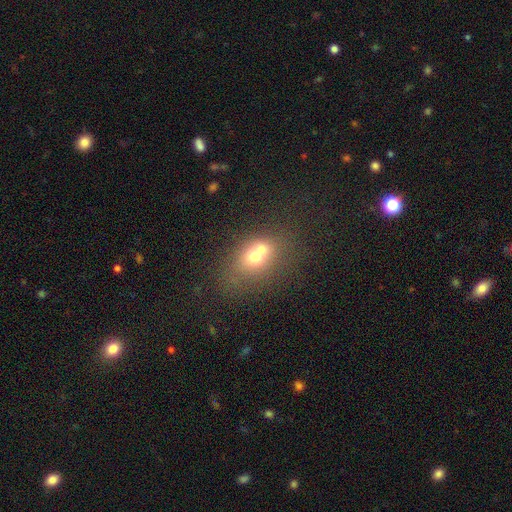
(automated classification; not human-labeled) The model was most divided on "how rounded": in between: 55%, round: 44%, cigar-shaped: 2%. More confident: smooth or featured — smooth (60%); merging — merger (58%).